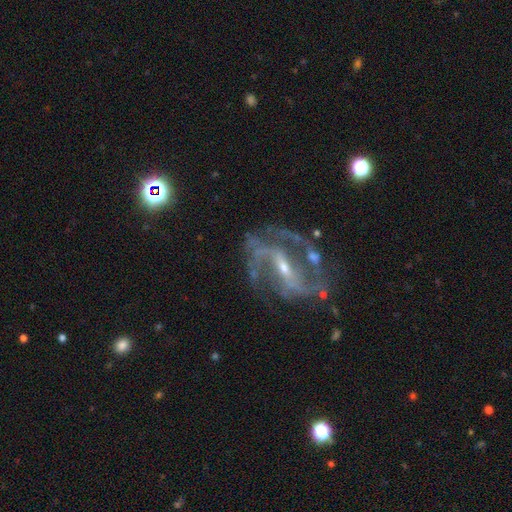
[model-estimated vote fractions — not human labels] The model was most divided on "spiral winding": medium: 46%, loose: 29%, tight: 24%. More confident: edge-on disk — no (93%); spiral arms — yes (90%); smooth or featured — featured or disk (85%); bulge size — small (71%); spiral arm count — 2 (62%); merging — none (58%); bar — strong (50%).